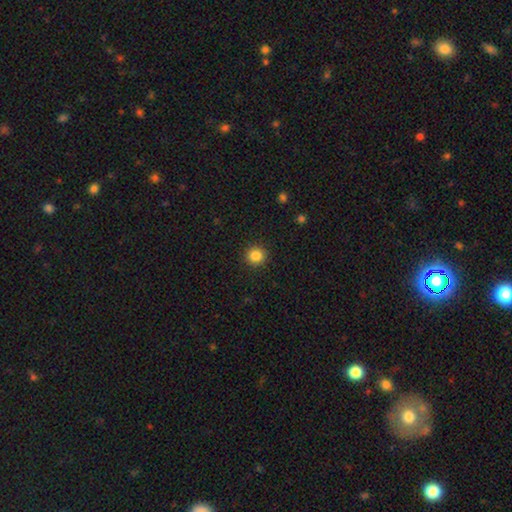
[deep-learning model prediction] Smooth or featured?
  - smooth: 85% *
  - star or artifact: 11%
  - featured or disk: 4%
How rounded?
  - round: 93% *
  - in between: 6%
  - cigar-shaped: 1%
Merging?
  - none: 92% *
  - minor disturbance: 5%
  - major disturbance: 2%
  - merger: 1%